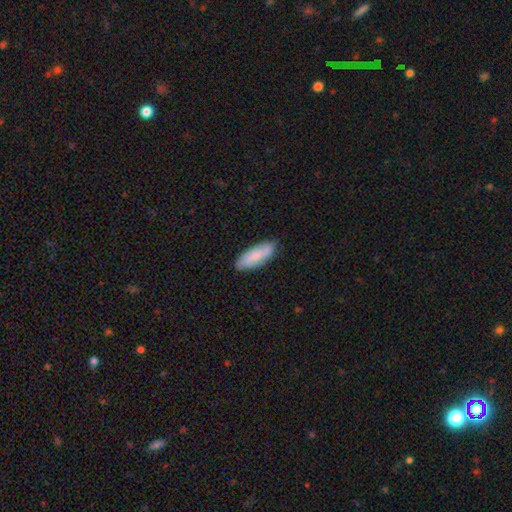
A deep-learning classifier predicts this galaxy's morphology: Smooth or featured? Predicted: smooth (p=0.56). How rounded? Predicted: in between (p=0.70). Merging? Predicted: none (p=0.82).